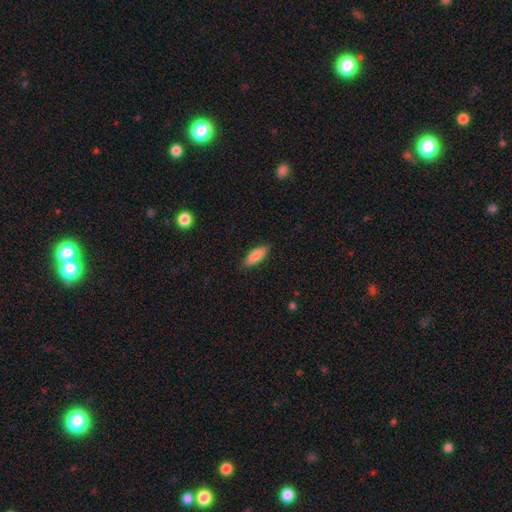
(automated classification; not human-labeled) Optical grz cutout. It shows a smooth galaxy with no disk features (84%) that is in between round and cigar-shaped (61%). Merging: none (87%).